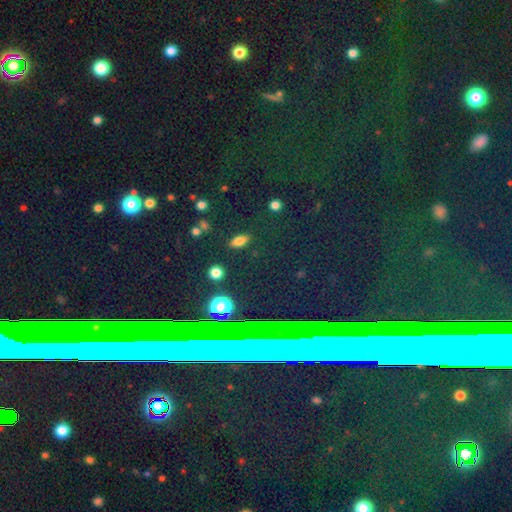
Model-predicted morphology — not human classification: smooth-or-featured: star or artifact: 79% | smooth: 11% | featured or disk: 10%